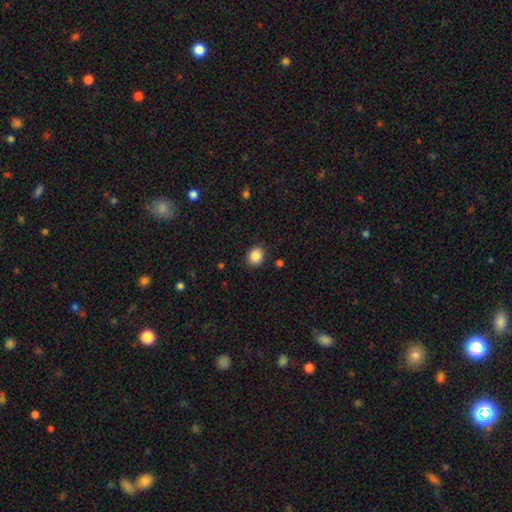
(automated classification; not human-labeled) The model was most divided on "how rounded": round: 65%, in between: 35%, cigar-shaped: 1%. More confident: merging — none (88%); smooth or featured — smooth (87%).